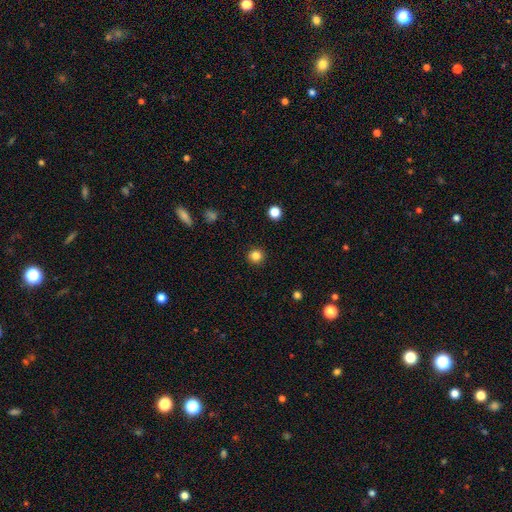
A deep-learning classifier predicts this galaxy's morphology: Q: Smooth or featured?
A: smooth (84%); runner-up: star or artifact (12%)
Q: How rounded?
A: round (95%); runner-up: in between (4%)
Q: Merging?
A: none (93%); runner-up: minor disturbance (5%)